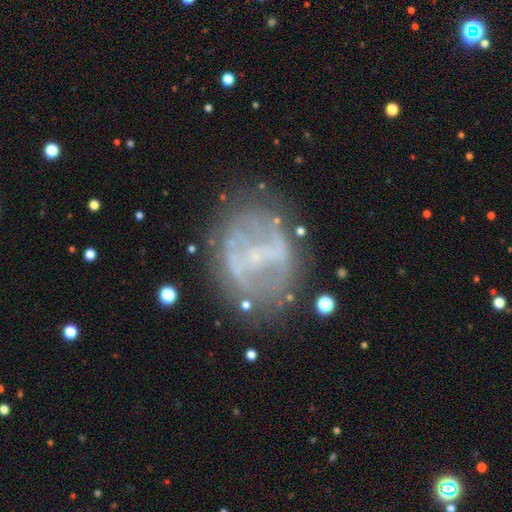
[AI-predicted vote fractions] Smooth or featured? Predicted: featured or disk (p=0.71). Edge-on disk? Predicted: no (p=0.97). Bar? Predicted: no (p=0.39). Spiral arms? Predicted: no (p=0.53). Bulge size? Predicted: small (p=0.57). Merging? Predicted: none (p=0.64).